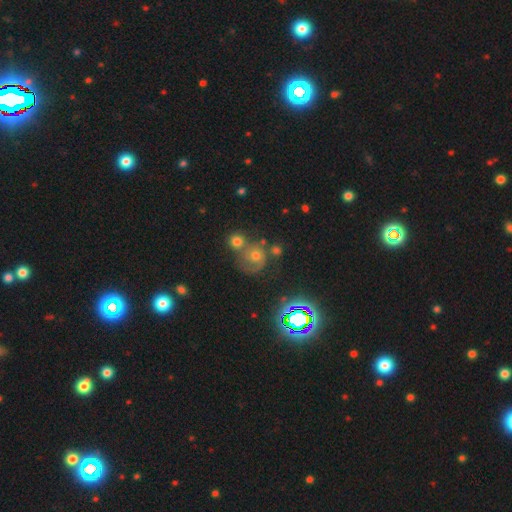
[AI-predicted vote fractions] featured or disk 48%, smooth 32%, star or artifact 20%. Down the decision tree: merging — none (43%).